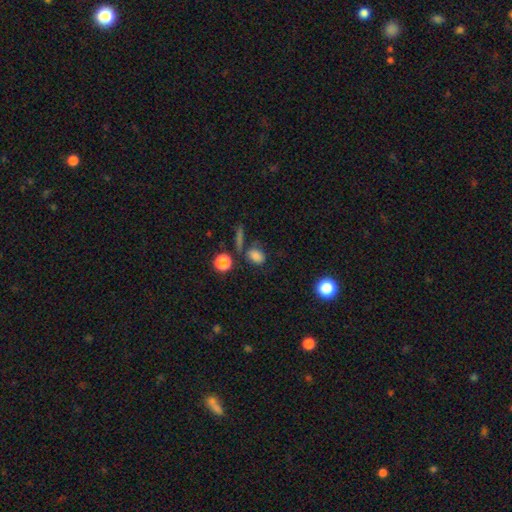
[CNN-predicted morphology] Q: Smooth or featured?
A: smooth (81%); runner-up: star or artifact (13%)
Q: How rounded?
A: in between (64%); runner-up: round (33%)
Q: Merging?
A: none (65%); runner-up: minor disturbance (15%)